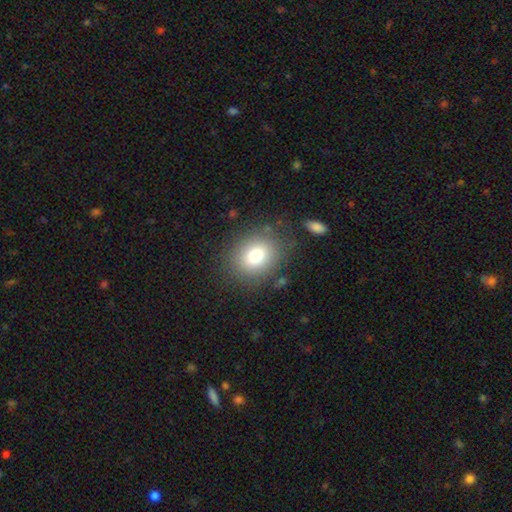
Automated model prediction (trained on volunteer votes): Smooth or featured? smooth (76%)
How rounded? round (61%)
Merging? none (81%)